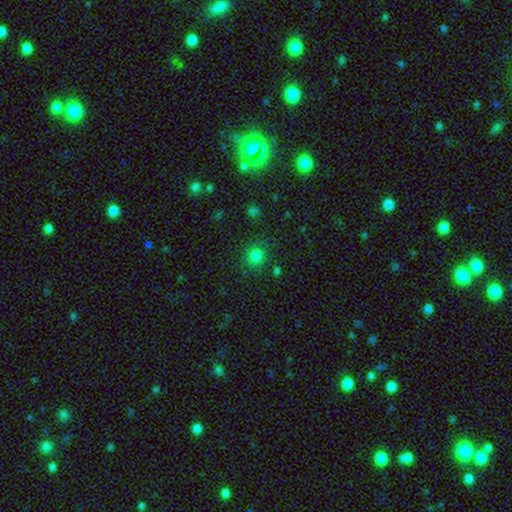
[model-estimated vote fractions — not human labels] A smooth galaxy with no disk features (81%) that is round (88%).

Vote fractions:
- Smooth or featured? smooth: 81% / star or artifact: 14% / featured or disk: 5%
- How rounded? round: 88% / in between: 11% / cigar-shaped: 1%
- Merging? none: 84% / minor disturbance: 10% / major disturbance: 4% / merger: 3%